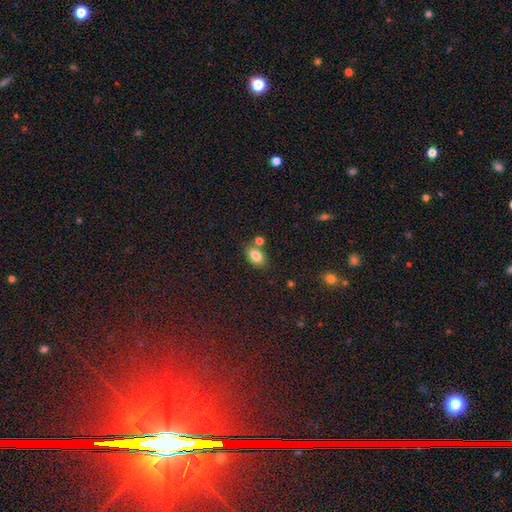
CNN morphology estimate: This appears to be a smooth galaxy with no disk features (83%) that is in between round and cigar-shaped (87%). Merging: none (70%).